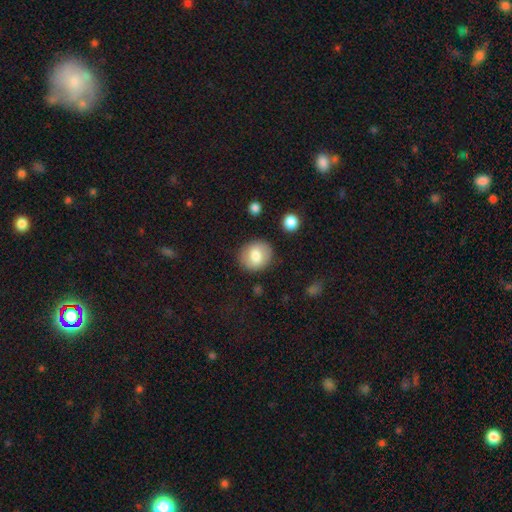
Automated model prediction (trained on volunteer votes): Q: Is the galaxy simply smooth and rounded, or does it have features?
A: smooth — 76%.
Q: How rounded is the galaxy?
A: round — 76%.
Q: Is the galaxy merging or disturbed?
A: none — 84%.